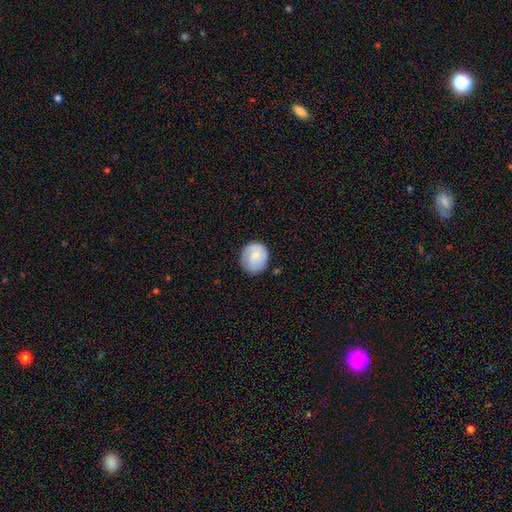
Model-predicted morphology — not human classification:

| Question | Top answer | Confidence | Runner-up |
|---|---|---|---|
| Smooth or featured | smooth | 76% | featured or disk (17%) |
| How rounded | round | 78% | in between (21%) |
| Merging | none | 77% | minor disturbance (17%) |